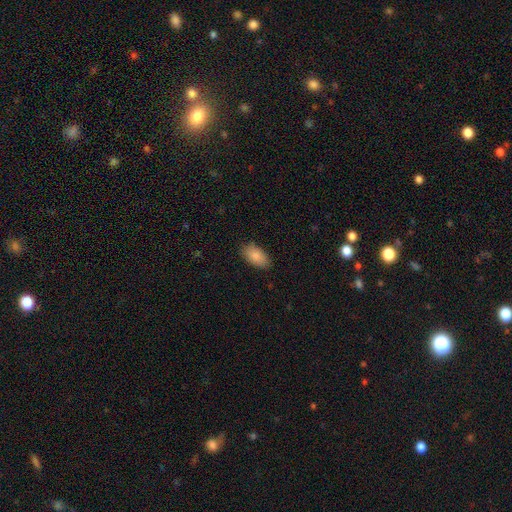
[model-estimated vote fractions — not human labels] Smooth or featured?
  - smooth: 86% *
  - featured or disk: 7%
  - star or artifact: 7%
How rounded?
  - in between: 94% *
  - round: 4%
  - cigar-shaped: 2%
Merging?
  - none: 83% *
  - minor disturbance: 14%
  - major disturbance: 2%
  - merger: 1%